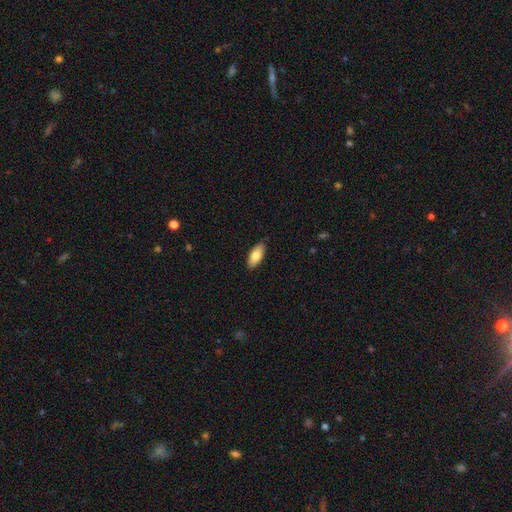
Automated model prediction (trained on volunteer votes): A smooth galaxy with no disk features (79%) that is in between round and cigar-shaped (84%).

Vote fractions:
- Smooth or featured? smooth: 79% / featured or disk: 15% / star or artifact: 6%
- How rounded? in between: 84% / cigar-shaped: 14% / round: 2%
- Merging? none: 88% / minor disturbance: 10% / major disturbance: 2% / merger: 1%